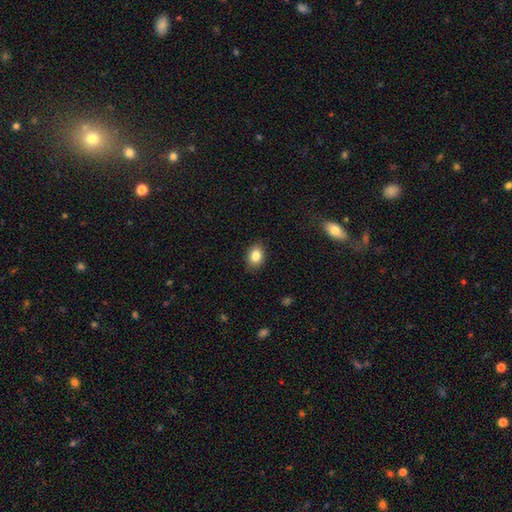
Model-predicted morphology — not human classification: Q: Smooth or featured?
A: smooth (85%); runner-up: star or artifact (9%)
Q: How rounded?
A: in between (64%); runner-up: round (35%)
Q: Merging?
A: none (87%); runner-up: minor disturbance (10%)